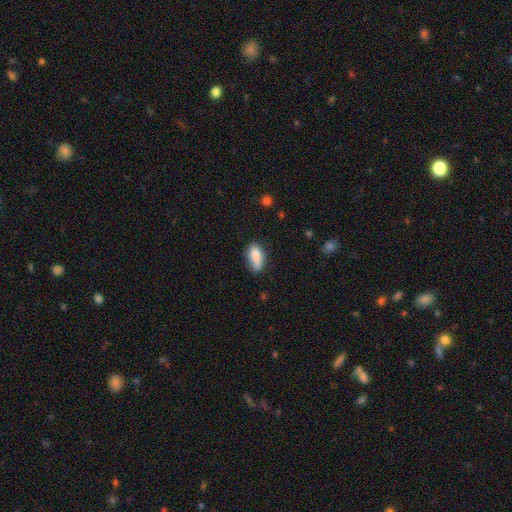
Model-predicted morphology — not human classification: Q: Smooth or featured?
A: smooth (78%); runner-up: featured or disk (14%)
Q: How rounded?
A: in between (81%); runner-up: cigar-shaped (14%)
Q: Merging?
A: none (53%); runner-up: minor disturbance (32%)